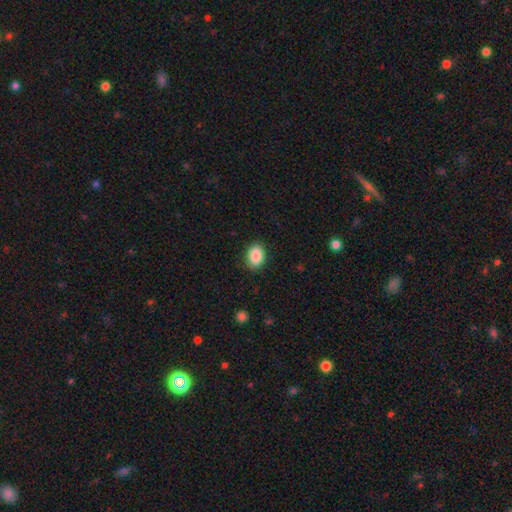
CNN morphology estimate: smooth 89%, star or artifact 7%, featured or disk 4%. Down the decision tree: how rounded — in between (79%); merging — none (87%).